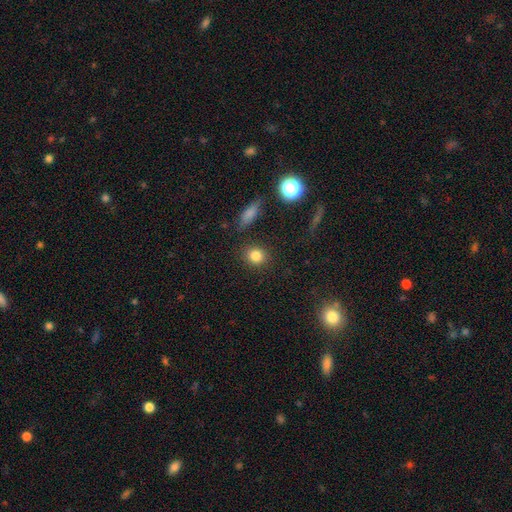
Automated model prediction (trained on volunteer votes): This is clearly a smooth galaxy (82%). How rounded: likely round (79%). Merging: clearly none (88%).